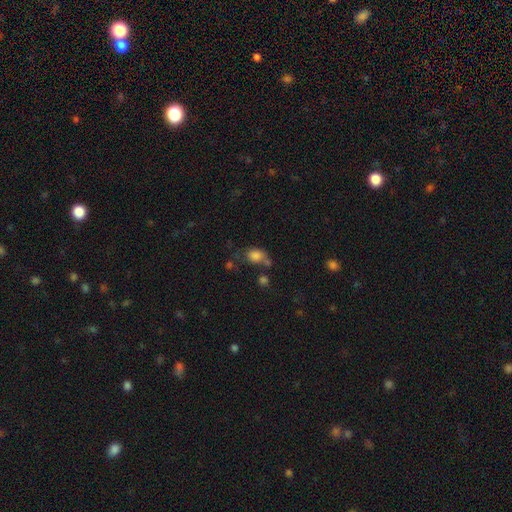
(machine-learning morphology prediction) Smooth or featured?
  - smooth: 80% *
  - star or artifact: 12%
  - featured or disk: 9%
How rounded?
  - in between: 53% *
  - round: 45%
  - cigar-shaped: 2%
Merging?
  - none: 42% *
  - merger: 23%
  - minor disturbance: 22%
  - major disturbance: 13%